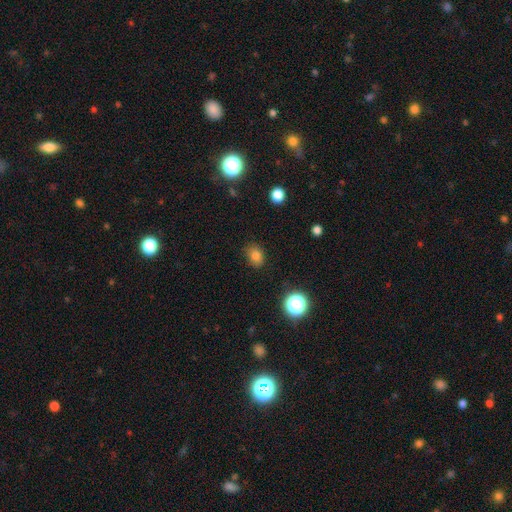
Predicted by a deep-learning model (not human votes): smooth-or-featured: smooth: 80% | star or artifact: 14% | featured or disk: 6%
  how-rounded: in between: 62% | round: 37% | cigar-shaped: 1%
  merging: none: 82% | minor disturbance: 13% | major disturbance: 3% | merger: 1%